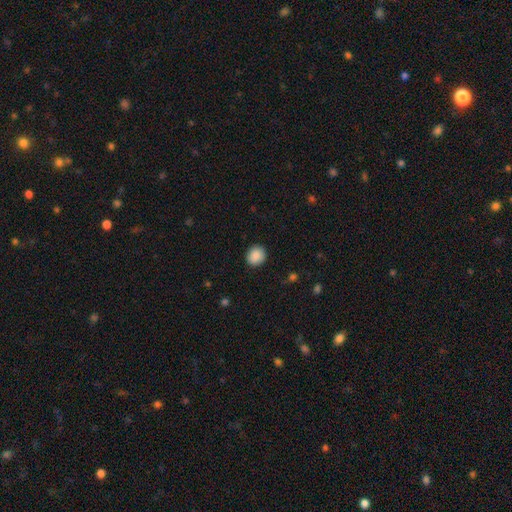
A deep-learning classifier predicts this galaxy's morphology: Overall: smooth (89%). How rounded: round (79%). Merging: none (89%).